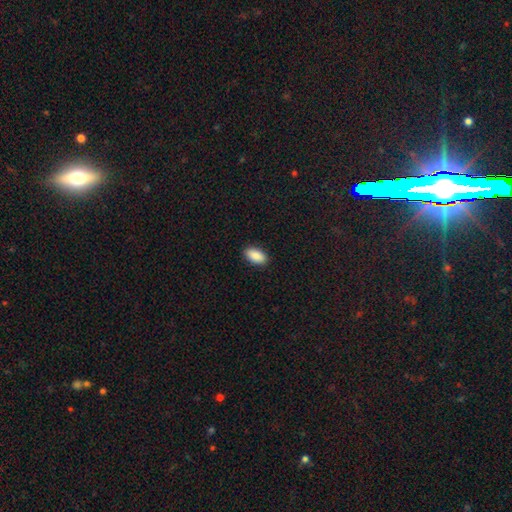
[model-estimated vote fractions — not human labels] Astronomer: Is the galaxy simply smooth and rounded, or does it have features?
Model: smooth — 90%.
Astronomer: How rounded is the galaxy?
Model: in between — 94%.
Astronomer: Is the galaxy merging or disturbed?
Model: none — 90%.